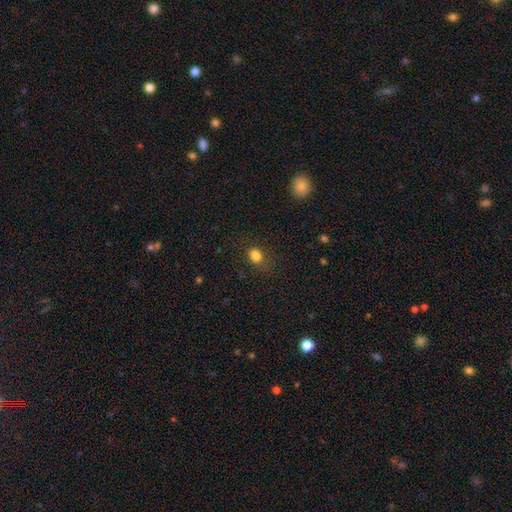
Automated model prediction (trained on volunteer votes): Smooth or featured? Predicted: smooth (p=0.82). How rounded? Predicted: in between (p=0.67). Merging? Predicted: none (p=0.73).